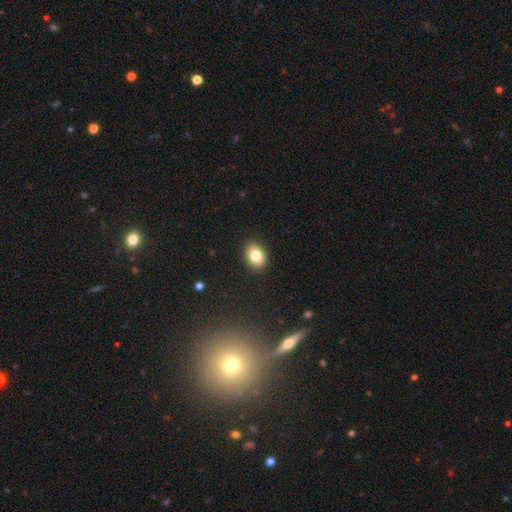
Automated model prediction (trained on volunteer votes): A smooth galaxy with no disk features (82%) that is in between round and cigar-shaped (76%). Merging: none (90%).